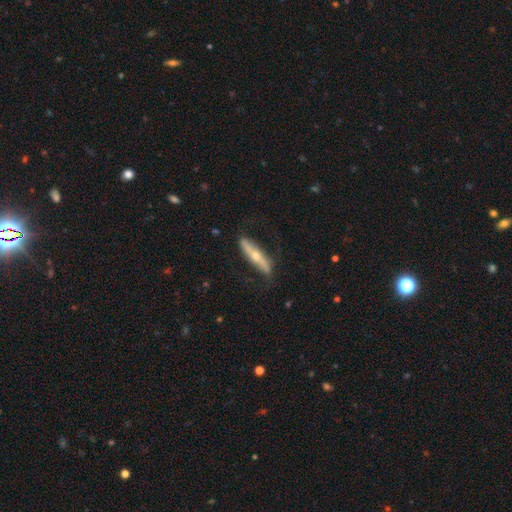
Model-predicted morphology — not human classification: A featured or disk galaxy (65%) viewed edge-on (78%) with a rounded central bulge (90%).

Vote fractions:
- Smooth or featured? featured or disk: 65% / smooth: 29% / star or artifact: 5%
- Edge-on disk? yes: 78% / no: 22%
- Edge-on bulge? rounded: 90% / none: 7% / boxy: 2%
- Merging? none: 81% / minor disturbance: 15% / major disturbance: 4% / merger: 1%